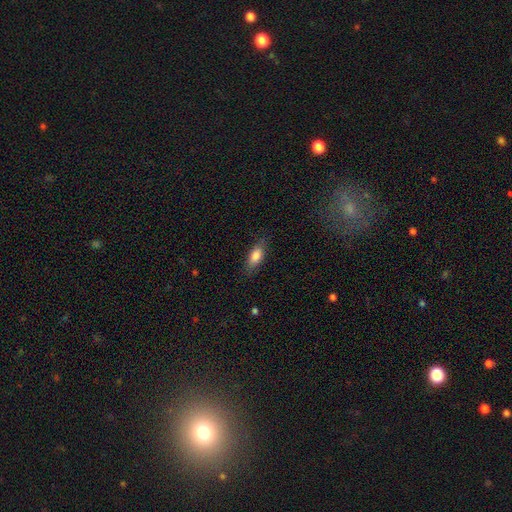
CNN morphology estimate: A smooth galaxy with no disk features (82%) that is in between round and cigar-shaped (80%). Merging: none (81%).